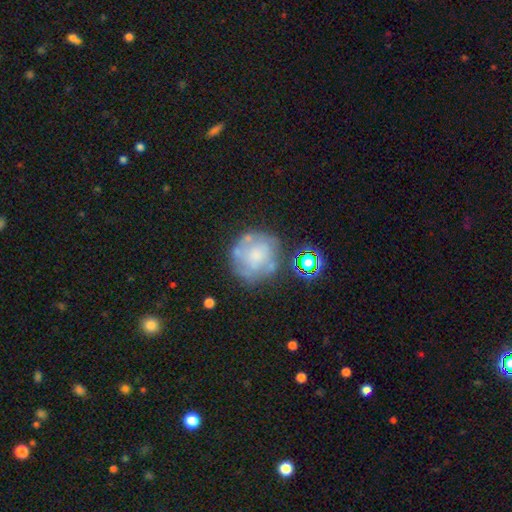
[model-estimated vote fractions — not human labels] The model was most divided on "smooth or featured": featured or disk: 49%, smooth: 38%, star or artifact: 13%. More confident: merging — none (58%).